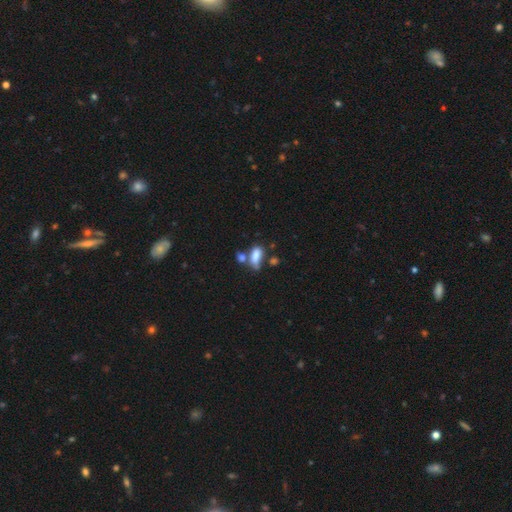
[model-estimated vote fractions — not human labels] Smooth or featured? smooth (78%)
How rounded? in between (83%)
Merging? merger (42%)